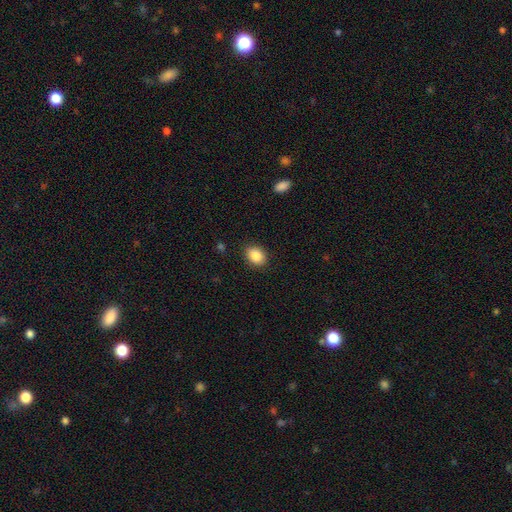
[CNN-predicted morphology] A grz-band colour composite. It shows a smooth galaxy with no disk features (88%) that is in between round and cigar-shaped (62%). Merging: none (88%).